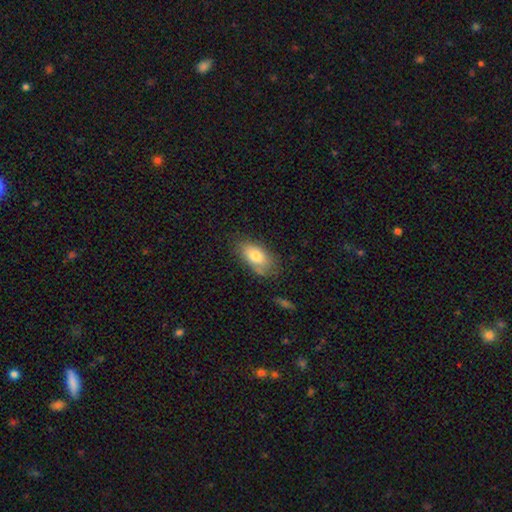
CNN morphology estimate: A smooth galaxy with no disk features (77%) that is in between round and cigar-shaped (90%).

Vote fractions:
- Smooth or featured? smooth: 77% / featured or disk: 16% / star or artifact: 7%
- How rounded? in between: 90% / round: 5% / cigar-shaped: 5%
- Merging? none: 70% / minor disturbance: 22% / major disturbance: 6% / merger: 2%